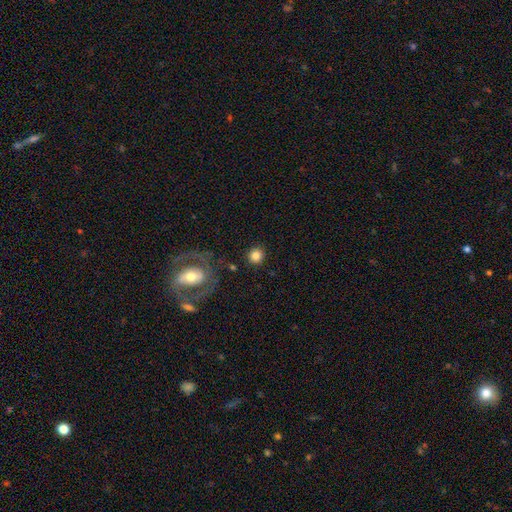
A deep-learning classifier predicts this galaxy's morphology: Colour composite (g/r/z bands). It shows a smooth galaxy with no disk features (81%) that is round (91%). Merging: none (87%).